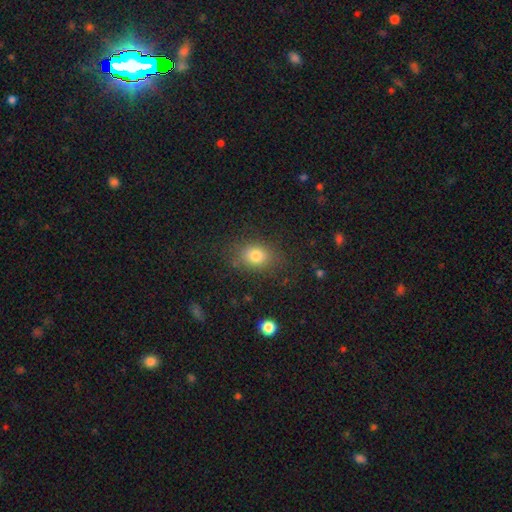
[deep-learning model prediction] A smooth galaxy with no disk features (80%) that is in between round and cigar-shaped (60%).

Vote fractions:
- Smooth or featured? smooth: 80% / star or artifact: 12% / featured or disk: 9%
- How rounded? in between: 60% / round: 39% / cigar-shaped: 1%
- Merging? none: 79% / minor disturbance: 14% / major disturbance: 6% / merger: 2%